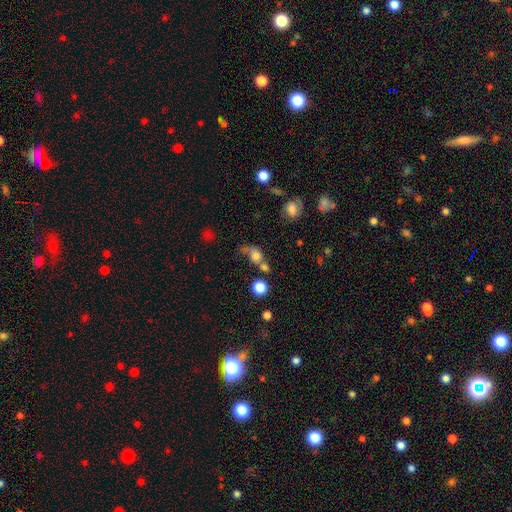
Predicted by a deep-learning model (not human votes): Smooth or featured?
  - smooth: 64% *
  - featured or disk: 21%
  - star or artifact: 15%
How rounded?
  - round: 66% *
  - in between: 31%
  - cigar-shaped: 3%
Merging?
  - none: 31% *
  - merger: 30%
  - major disturbance: 21%
  - minor disturbance: 17%